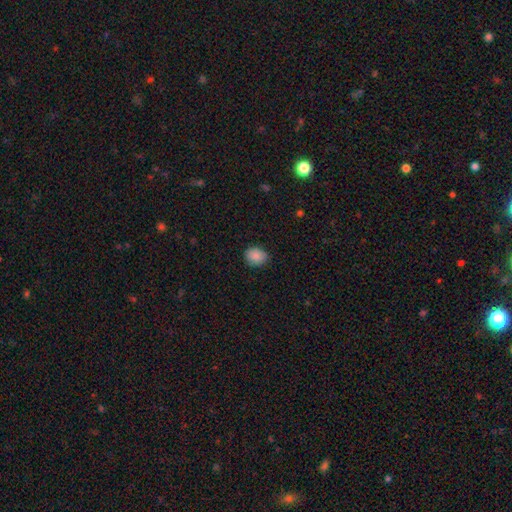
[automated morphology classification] Smooth or featured?
  - smooth: 88% *
  - star or artifact: 8%
  - featured or disk: 4%
How rounded?
  - in between: 51% *
  - round: 48%
  - cigar-shaped: 1%
Merging?
  - none: 85% *
  - minor disturbance: 12%
  - major disturbance: 2%
  - merger: 1%